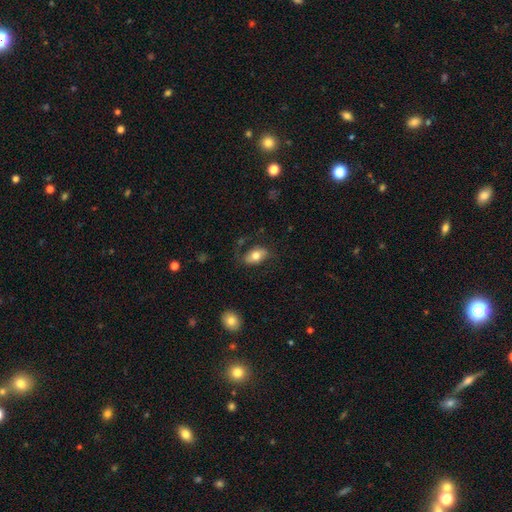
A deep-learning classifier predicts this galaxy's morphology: A smooth galaxy with no disk features (67%) that is in between round and cigar-shaped (89%).

Vote fractions:
- Smooth or featured? smooth: 67% / featured or disk: 26% / star or artifact: 7%
- How rounded? in between: 89% / round: 9% / cigar-shaped: 2%
- Merging? none: 69% / minor disturbance: 17% / major disturbance: 12% / merger: 2%